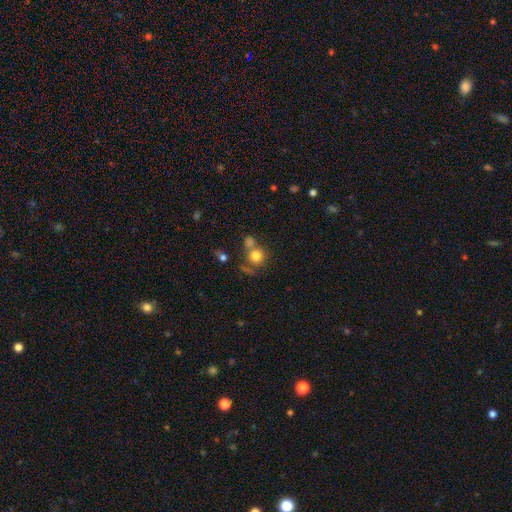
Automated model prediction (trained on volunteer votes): This is likely a smooth galaxy (77%). How rounded: clearly round (87%). Merging: possibly none (53%).